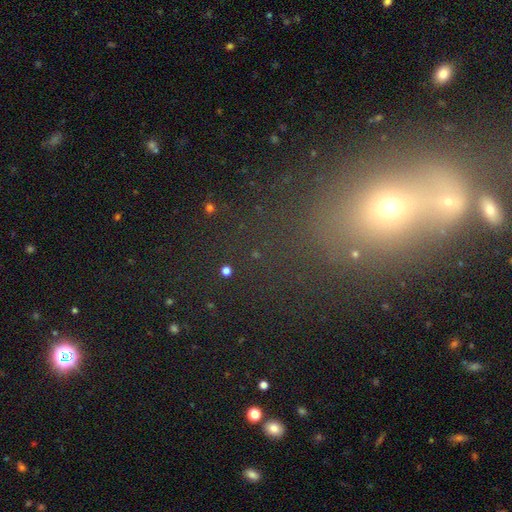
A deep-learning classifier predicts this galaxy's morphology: This appears to be a smooth galaxy with no disk features (42%). Merging: none (42%).